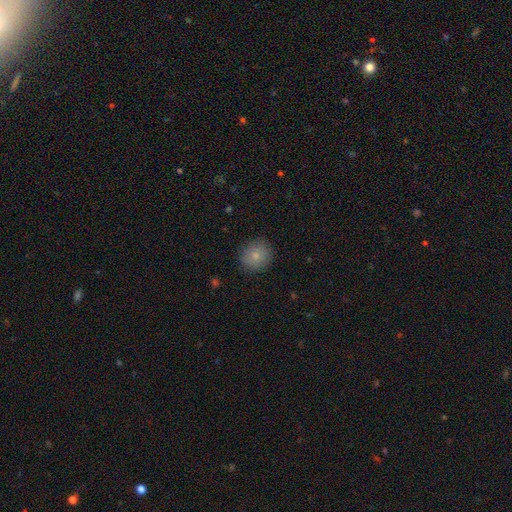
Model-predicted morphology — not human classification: The model was most divided on "smooth or featured": smooth: 81%, star or artifact: 10%, featured or disk: 9%. More confident: merging — none (88%); how rounded — round (86%).